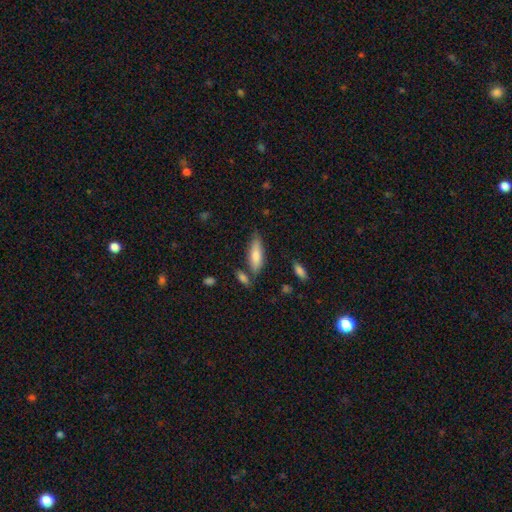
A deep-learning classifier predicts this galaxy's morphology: type=smooth (75%); roundness=in between (53%); merging=none (72%).